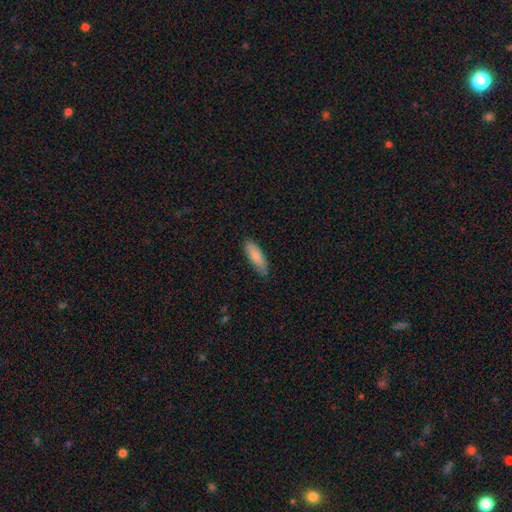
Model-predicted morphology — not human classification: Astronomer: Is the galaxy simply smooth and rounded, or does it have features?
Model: smooth — 83%.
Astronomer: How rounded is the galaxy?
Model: in between — 54% (runner-up: cigar-shaped, 45%).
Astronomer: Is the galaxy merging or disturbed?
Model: none — 82%.